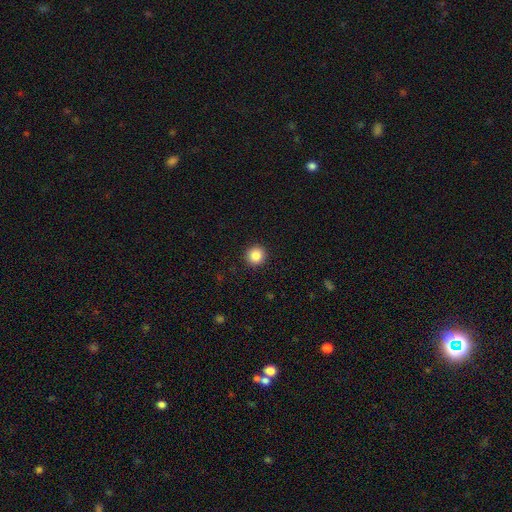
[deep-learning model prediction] Q: Smooth or featured?
A: smooth (86%); runner-up: star or artifact (10%)
Q: How rounded?
A: round (94%); runner-up: in between (5%)
Q: Merging?
A: none (93%); runner-up: minor disturbance (5%)